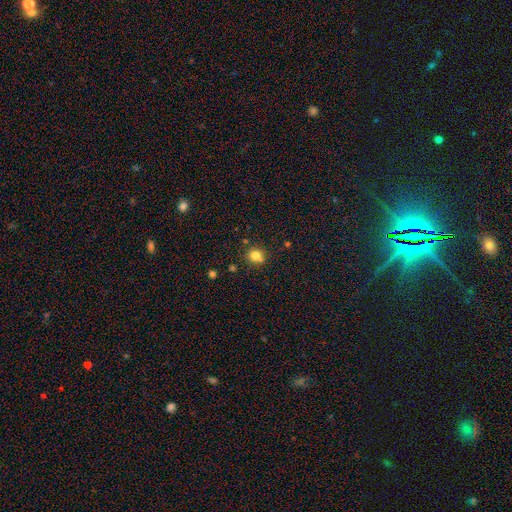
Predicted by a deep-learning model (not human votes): The model was most divided on "merging": none: 73%, minor disturbance: 13%, merger: 11%, major disturbance: 3%. More confident: how rounded — round (81%); smooth or featured — smooth (80%).